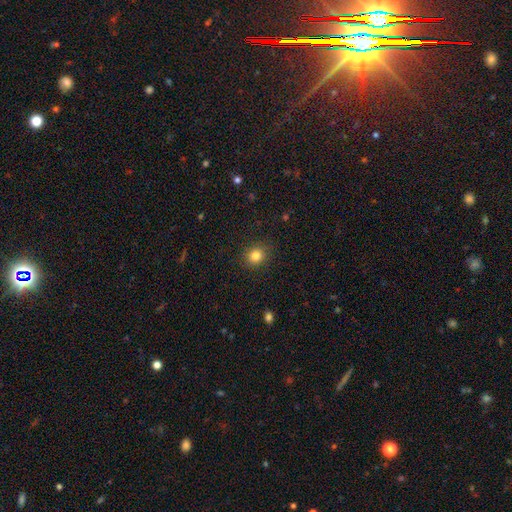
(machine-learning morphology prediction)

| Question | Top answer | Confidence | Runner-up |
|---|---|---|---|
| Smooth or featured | smooth | 84% | star or artifact (11%) |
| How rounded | round | 76% | in between (23%) |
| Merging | none | 88% | minor disturbance (8%) |